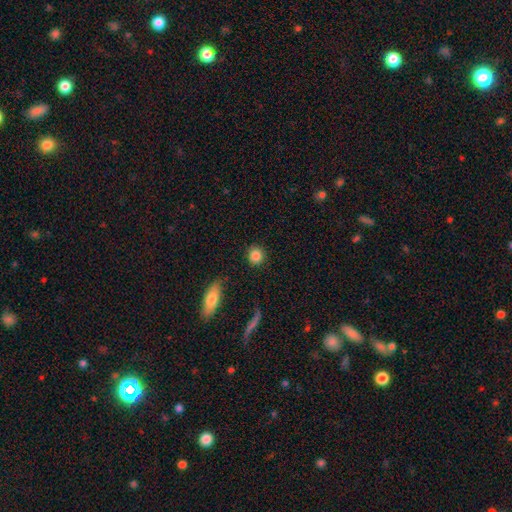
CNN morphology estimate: type=smooth (86%); roundness=round (90%); merging=none (89%).